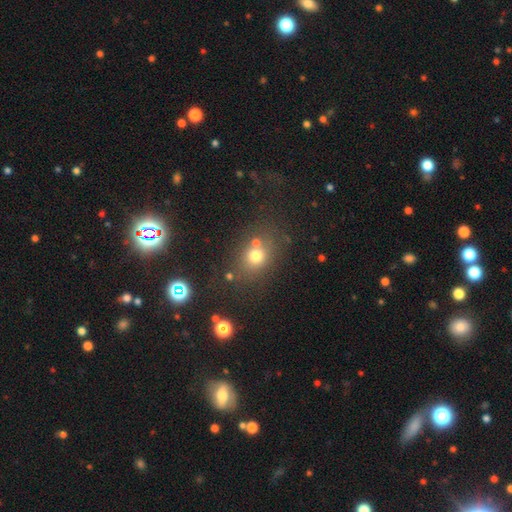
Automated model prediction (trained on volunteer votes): Q: Smooth or featured?
A: smooth (70%); runner-up: star or artifact (18%)
Q: How rounded?
A: round (65%); runner-up: in between (34%)
Q: Merging?
A: none (67%); runner-up: merger (15%)